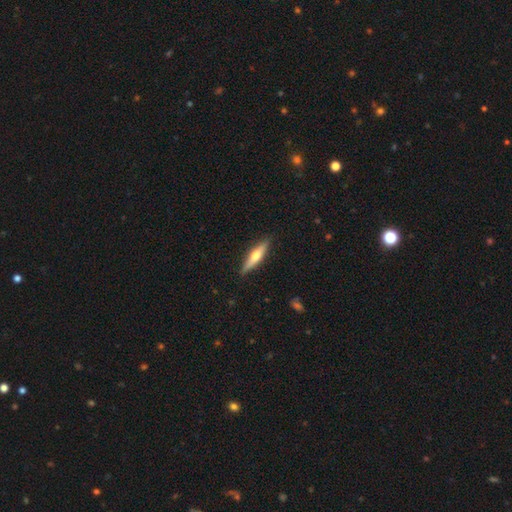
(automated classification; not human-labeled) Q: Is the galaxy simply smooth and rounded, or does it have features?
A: featured or disk — 50%.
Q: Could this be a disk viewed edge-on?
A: yes — 94%.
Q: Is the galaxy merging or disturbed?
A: none — 89%.